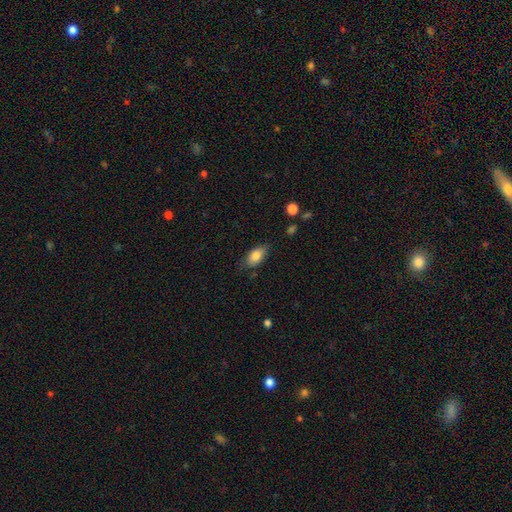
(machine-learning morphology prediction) smooth 82%, featured or disk 11%, star or artifact 8%. Down the decision tree: how rounded — in between (89%); merging — none (76%).